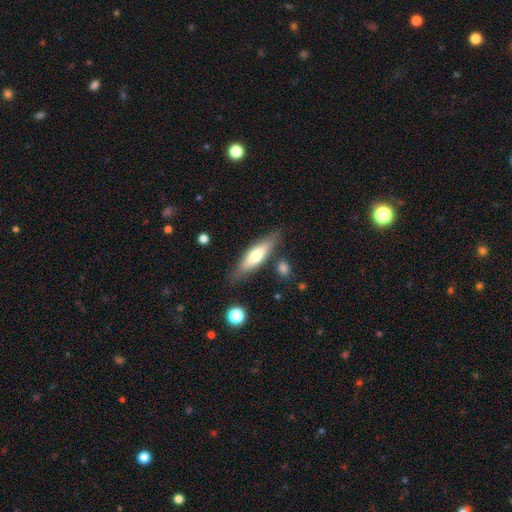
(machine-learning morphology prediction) A smooth galaxy with no disk features (61%) that is cigar-shaped (61%). Merging: none (80%).